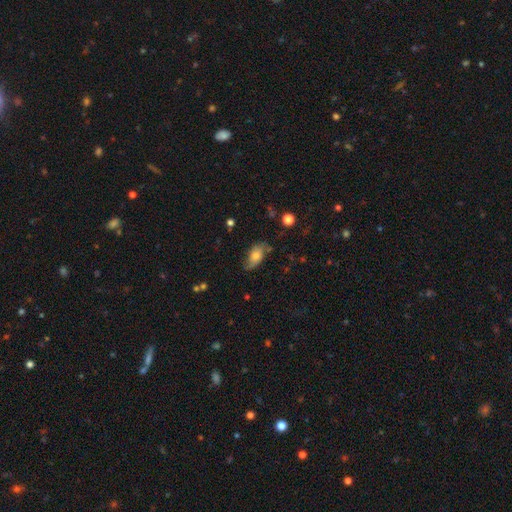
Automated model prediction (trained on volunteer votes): A smooth galaxy with no disk features (59%) that is in between round and cigar-shaped (89%).

Vote fractions:
- Smooth or featured? smooth: 59% / featured or disk: 32% / star or artifact: 9%
- How rounded? in between: 89% / cigar-shaped: 6% / round: 5%
- Merging? none: 59% / minor disturbance: 29% / major disturbance: 10% / merger: 3%